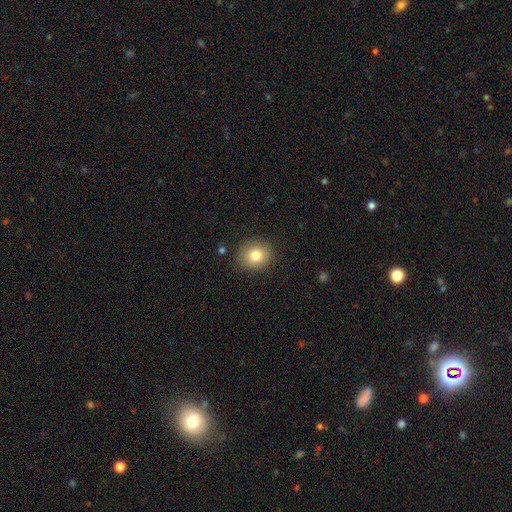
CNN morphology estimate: smooth 81%, star or artifact 10%, featured or disk 9%. Down the decision tree: how rounded — round (77%); merging — none (88%).